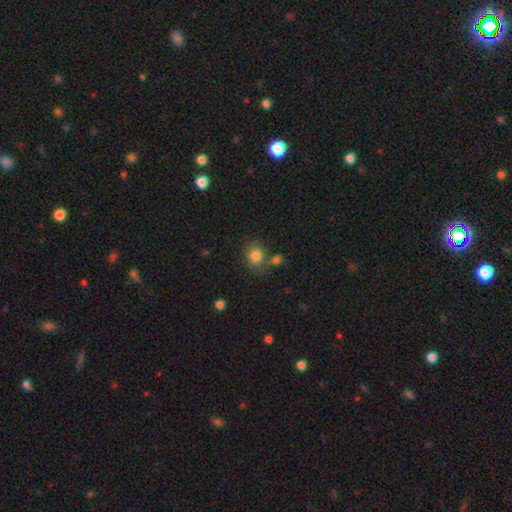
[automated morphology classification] Smooth or featured: smooth — 83% (star or artifact — 10%)
How rounded: round — 69% (in between — 30%)
Merging: none — 60% (merger — 18%)